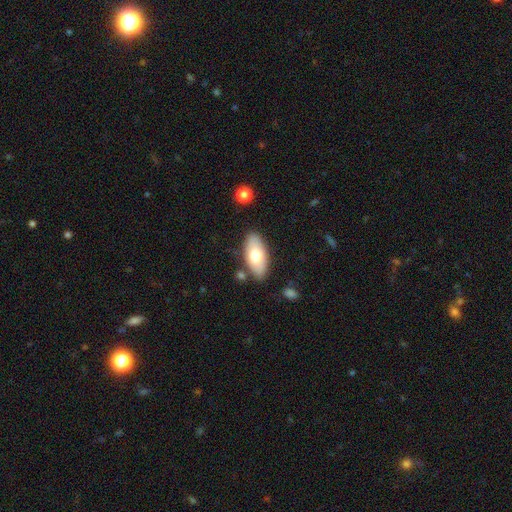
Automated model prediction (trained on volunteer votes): Morphology: type=smooth (68%); roundness=in between (92%); merging=none (80%).